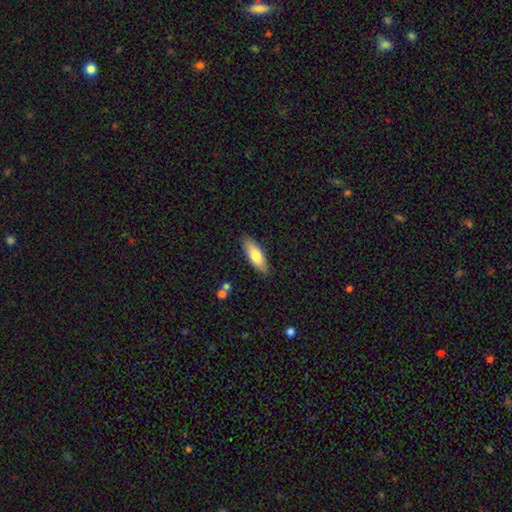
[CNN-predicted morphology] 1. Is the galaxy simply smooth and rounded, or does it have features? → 75% smooth, 19% featured or disk, 6% star or artifact.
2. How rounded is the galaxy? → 62% in between, 36% cigar-shaped, 2% round.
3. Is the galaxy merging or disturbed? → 86% none, 10% minor disturbance, 2% major disturbance, 2% merger.